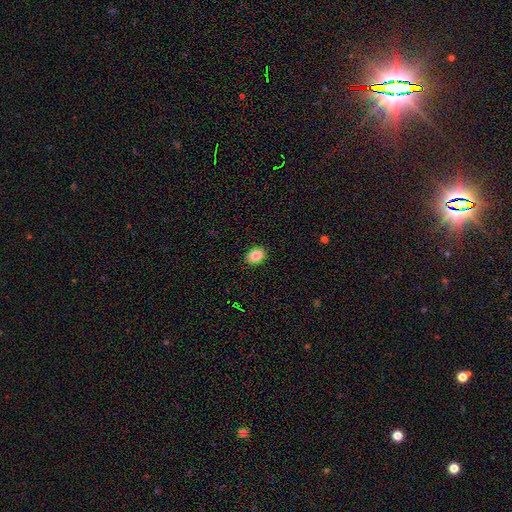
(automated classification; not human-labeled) Q: Smooth or featured?
A: smooth (85%); runner-up: star or artifact (9%)
Q: How rounded?
A: in between (58%); runner-up: round (41%)
Q: Merging?
A: none (90%); runner-up: minor disturbance (8%)